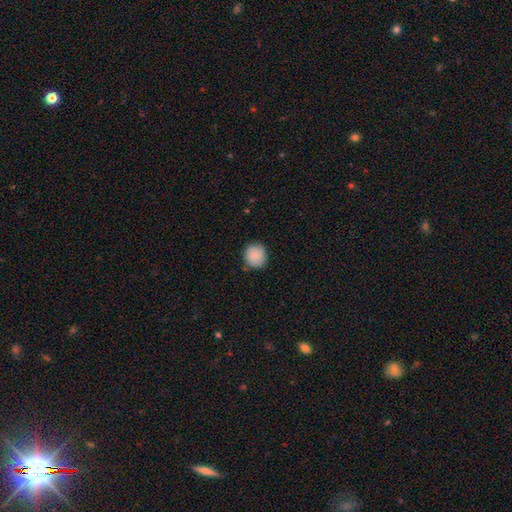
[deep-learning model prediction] Smooth or featured: smooth — 89% (star or artifact — 7%)
How rounded: round — 92% (in between — 7%)
Merging: none — 87% (minor disturbance — 10%)